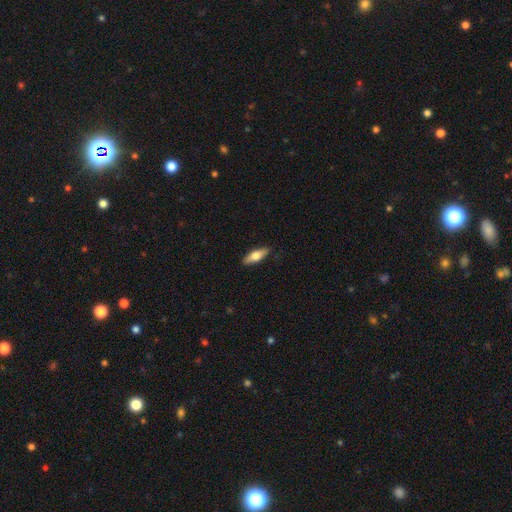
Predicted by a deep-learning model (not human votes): Morphology: type=smooth (65%); roundness=in between (60%); merging=none (89%).